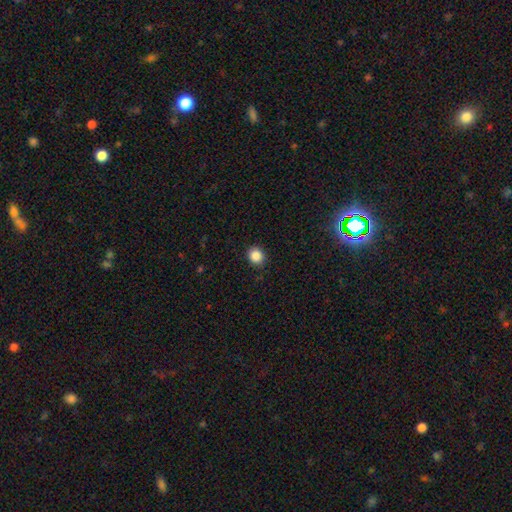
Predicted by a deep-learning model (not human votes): A smooth galaxy with no disk features (87%) that is round (82%).

Vote fractions:
- Smooth or featured? smooth: 87% / star or artifact: 10% / featured or disk: 3%
- How rounded? round: 82% / in between: 17% / cigar-shaped: 1%
- Merging? none: 90% / minor disturbance: 7% / major disturbance: 2% / merger: 1%